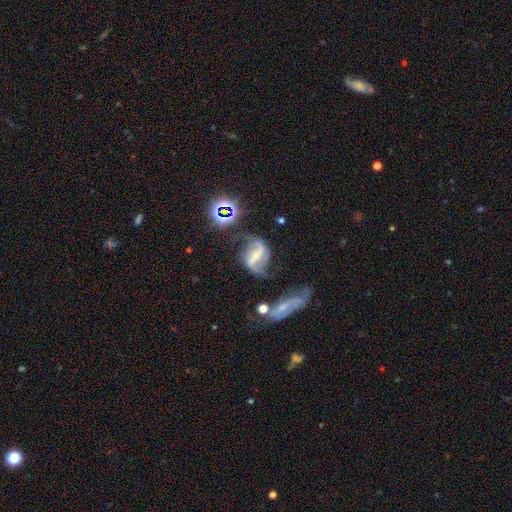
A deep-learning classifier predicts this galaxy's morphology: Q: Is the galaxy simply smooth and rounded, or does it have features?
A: featured or disk — 82%.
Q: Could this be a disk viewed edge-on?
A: no — 95%.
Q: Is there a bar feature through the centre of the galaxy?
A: strong — 65%.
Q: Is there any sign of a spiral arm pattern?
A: yes — 92%.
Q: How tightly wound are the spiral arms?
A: loose — 63%.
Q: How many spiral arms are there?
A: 2 — 90%.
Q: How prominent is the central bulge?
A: small — 56%.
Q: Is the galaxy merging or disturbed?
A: none — 56%.